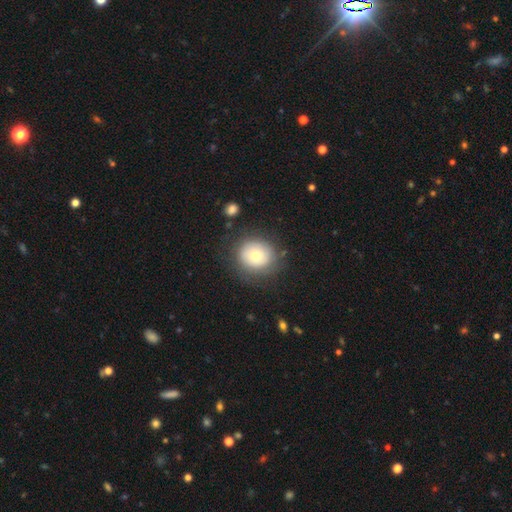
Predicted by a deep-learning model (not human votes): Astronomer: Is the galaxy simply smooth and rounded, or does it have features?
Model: smooth — 69%.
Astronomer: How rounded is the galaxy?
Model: round — 81%.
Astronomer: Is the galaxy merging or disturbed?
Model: none — 76%.